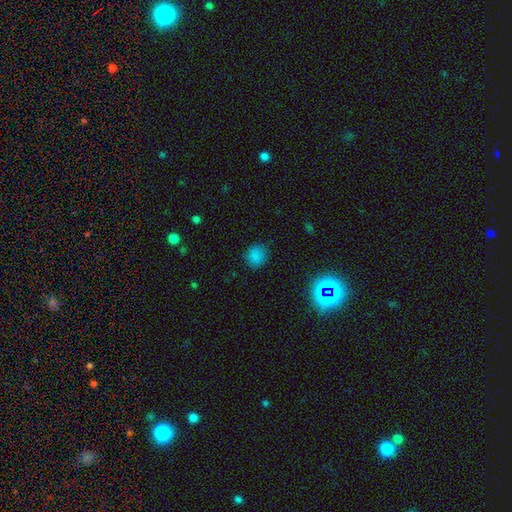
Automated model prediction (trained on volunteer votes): This appears to be a smooth galaxy with no disk features (79%) that is round (85%). Merging: none (85%).